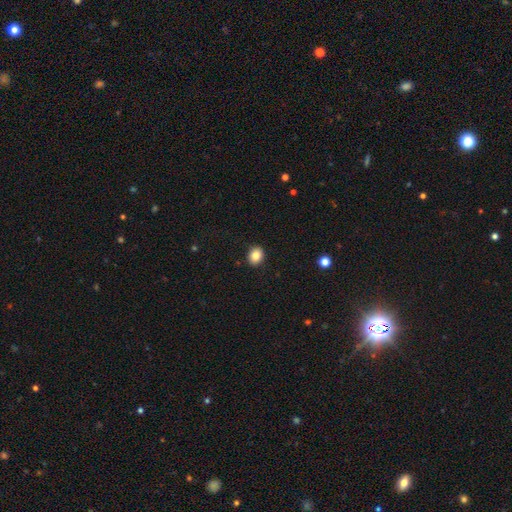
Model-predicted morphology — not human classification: This appears to be a smooth galaxy with no disk features (84%) that is round (59%). Merging: none (90%).